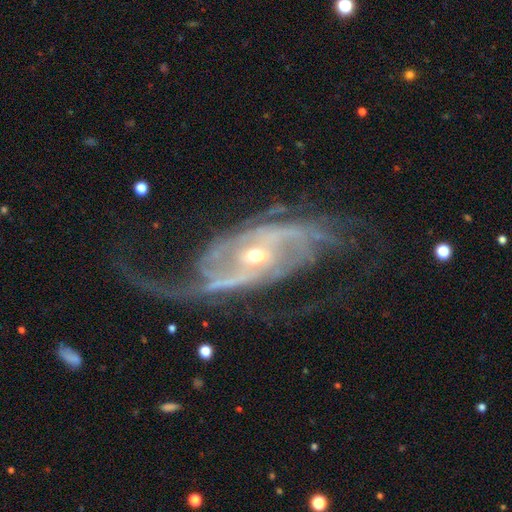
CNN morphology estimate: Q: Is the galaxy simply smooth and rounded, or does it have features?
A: featured or disk — 90%.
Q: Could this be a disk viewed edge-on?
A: no — 94%.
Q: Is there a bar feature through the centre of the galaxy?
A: no — 36%.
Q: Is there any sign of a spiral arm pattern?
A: yes — 96%.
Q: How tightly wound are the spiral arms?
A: loose — 44%.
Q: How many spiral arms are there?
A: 2 — 64%.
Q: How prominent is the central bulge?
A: small — 48%.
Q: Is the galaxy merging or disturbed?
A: none — 55%.